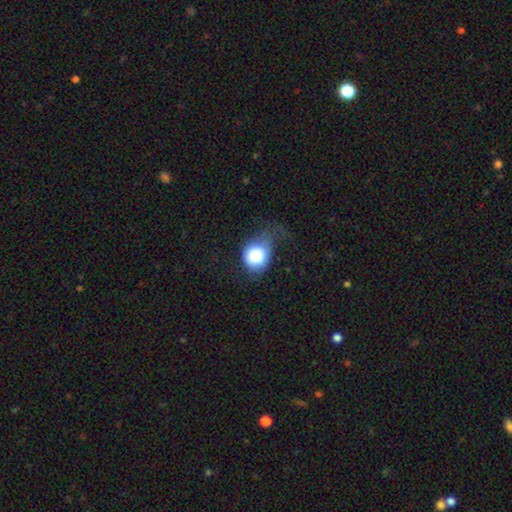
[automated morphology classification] Smooth or featured? smooth (81%)
How rounded? round (71%)
Merging? minor disturbance (36%)